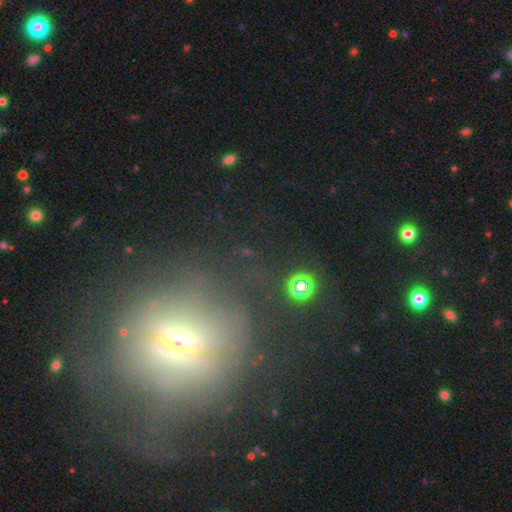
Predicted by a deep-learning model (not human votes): star or artifact 39%, featured or disk 34%, smooth 27%.